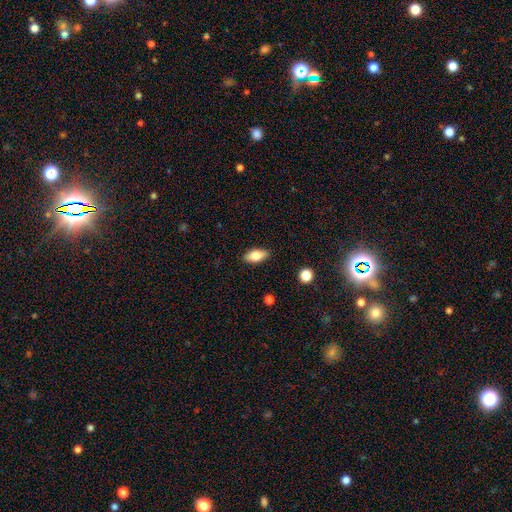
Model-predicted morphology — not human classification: Smooth or featured: smooth — 77% (featured or disk — 16%)
How rounded: in between — 87% (cigar-shaped — 9%)
Merging: none — 87% (minor disturbance — 9%)